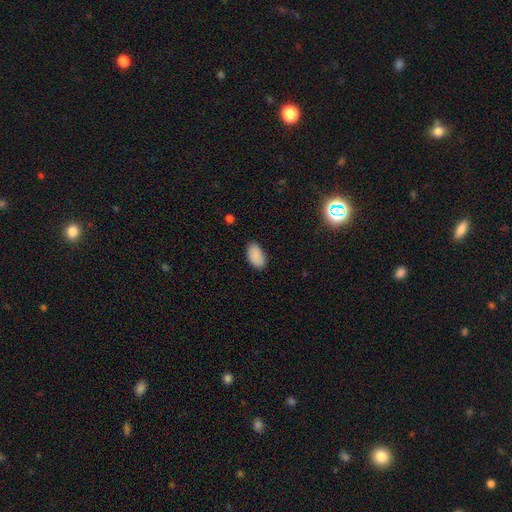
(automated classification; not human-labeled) This appears to be a smooth galaxy with no disk features (89%) that is in between round and cigar-shaped (95%). Merging: none (84%).